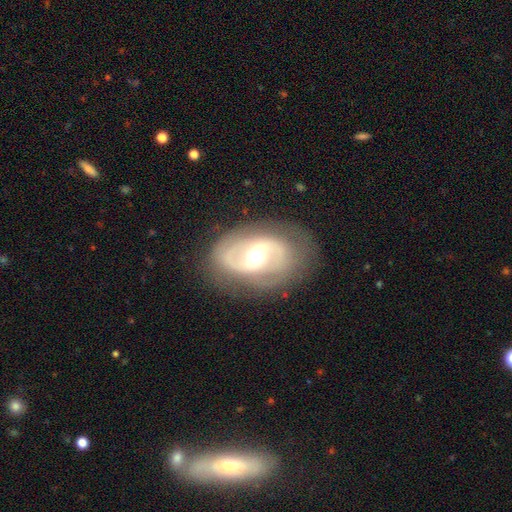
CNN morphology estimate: Smooth or featured? Predicted: featured or disk (p=0.83). Edge-on disk? Predicted: no (p=0.96). Bar? Predicted: weak (p=0.46). Spiral arms? Predicted: yes (p=0.89). Spiral winding? Predicted: medium (p=0.45). Spiral arm count? Predicted: 2 (p=0.85). Bulge size? Predicted: moderate (p=0.67). Merging? Predicted: none (p=0.80).